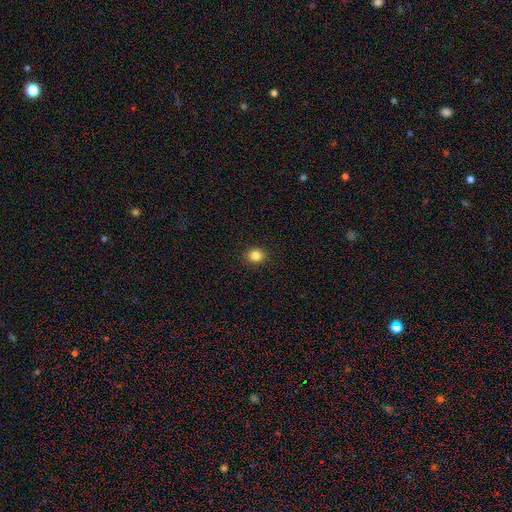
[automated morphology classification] This appears to be a smooth galaxy with no disk features (85%) that is round (73%). Merging: none (92%).